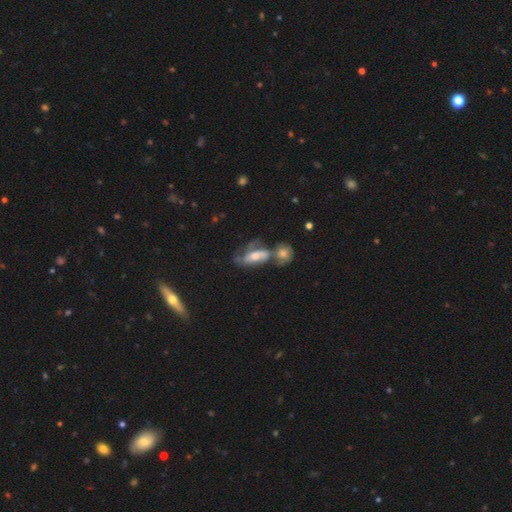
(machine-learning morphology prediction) Smooth or featured? featured or disk (63%)
Edge-on disk? no (81%)
Bar? no (49%)
Spiral arms? yes (78%)
Bulge size? moderate (54%)
Merging? merger (41%)